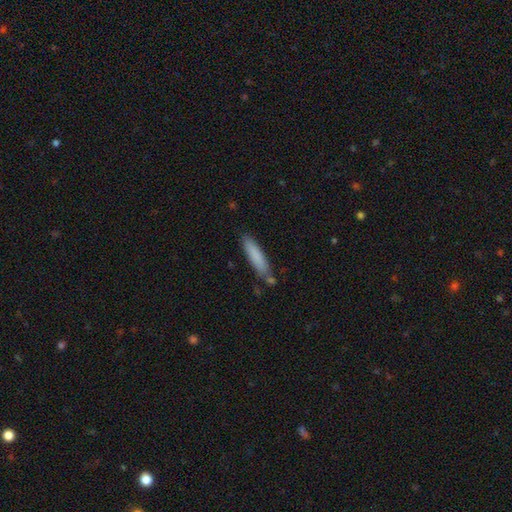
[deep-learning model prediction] smooth-or-featured: smooth: 83% | featured or disk: 11% | star or artifact: 6%
  how-rounded: cigar-shaped: 83% | in between: 16% | round: 1%
  merging: none: 77% | minor disturbance: 14% | merger: 6% | major disturbance: 3%